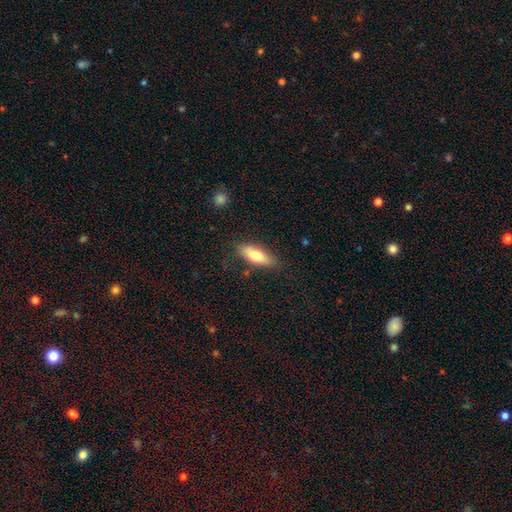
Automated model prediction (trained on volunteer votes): A smooth galaxy with no disk features (73%) that is in between round and cigar-shaped (66%). Merging: none (79%).